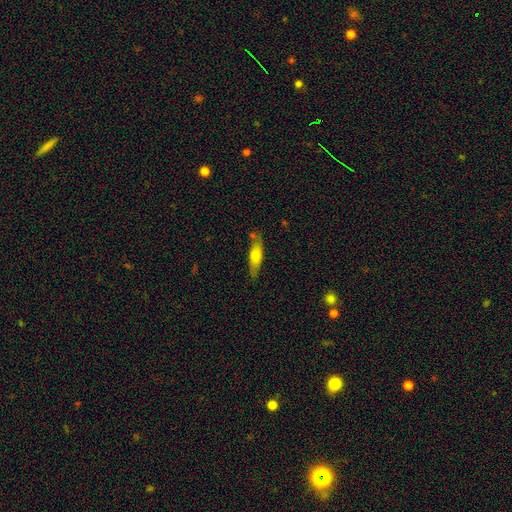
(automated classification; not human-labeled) The model was most divided on "how rounded": cigar-shaped: 59%, in between: 38%, round: 2%. More confident: merging — none (73%); smooth or featured — smooth (62%).